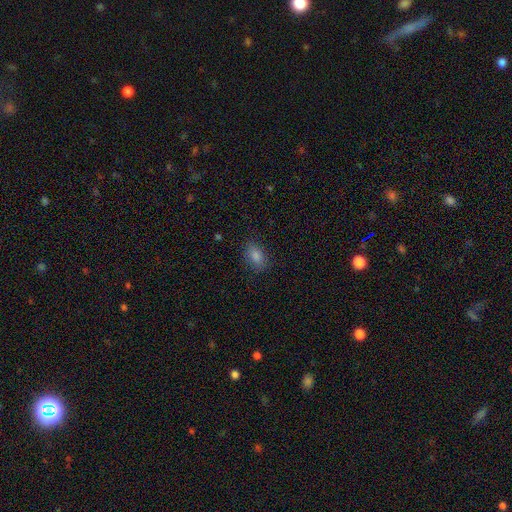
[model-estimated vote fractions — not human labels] smooth 79%, star or artifact 14%, featured or disk 7%. Down the decision tree: how rounded — in between (82%); merging — none (83%).